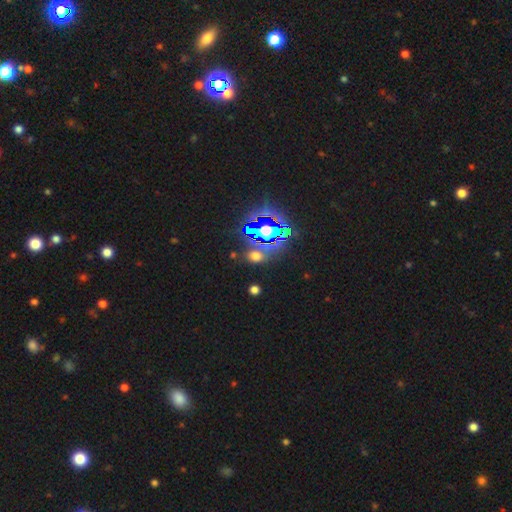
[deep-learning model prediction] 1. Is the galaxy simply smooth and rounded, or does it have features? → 50% star or artifact, 41% smooth, 9% featured or disk.